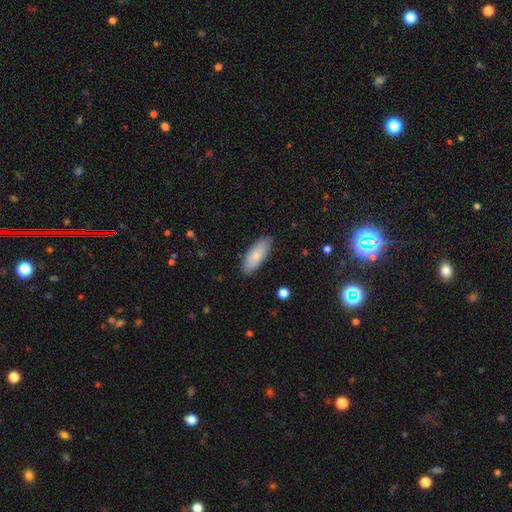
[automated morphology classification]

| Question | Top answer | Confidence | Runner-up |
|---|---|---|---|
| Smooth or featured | smooth | 82% | featured or disk (12%) |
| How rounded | in between | 76% | cigar-shaped (22%) |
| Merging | none | 87% | minor disturbance (10%) |